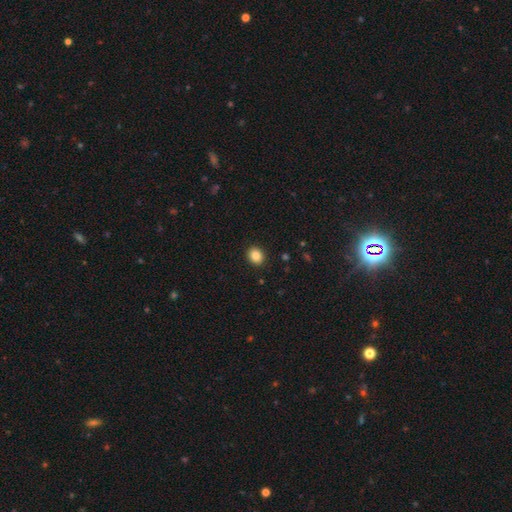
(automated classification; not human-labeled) Smooth or featured? Predicted: smooth (p=0.85). How rounded? Predicted: round (p=0.63). Merging? Predicted: none (p=0.91).